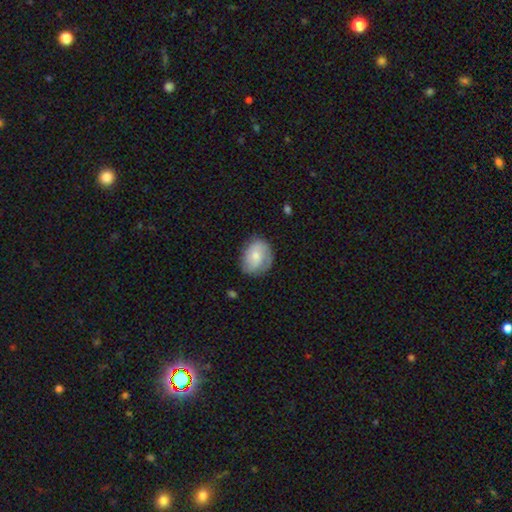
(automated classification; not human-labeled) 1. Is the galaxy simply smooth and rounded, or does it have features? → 54% smooth, 39% featured or disk, 7% star or artifact.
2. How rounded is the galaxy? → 52% in between, 47% round, 1% cigar-shaped.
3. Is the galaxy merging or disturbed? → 69% none, 22% minor disturbance, 7% major disturbance, 2% merger.